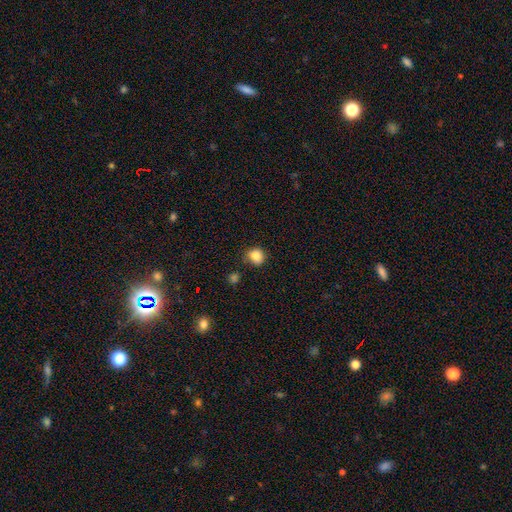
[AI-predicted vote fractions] smooth 85%, star or artifact 10%, featured or disk 4%. Down the decision tree: how rounded — round (79%); merging — none (74%).